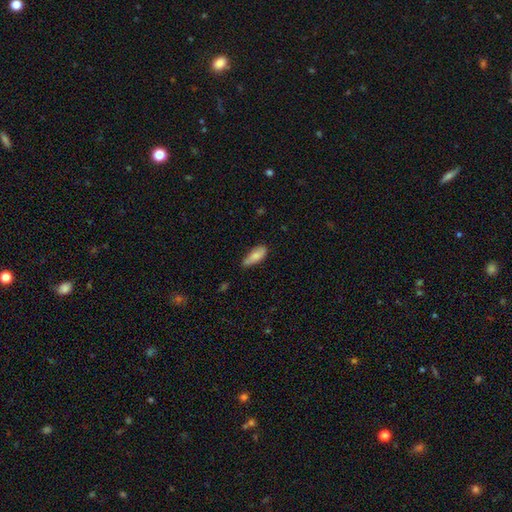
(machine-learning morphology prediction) A smooth galaxy with no disk features (81%) that is in between round and cigar-shaped (75%).

Vote fractions:
- Smooth or featured? smooth: 81% / featured or disk: 12% / star or artifact: 7%
- How rounded? in between: 75% / cigar-shaped: 23% / round: 2%
- Merging? none: 58% / minor disturbance: 33% / major disturbance: 5% / merger: 3%